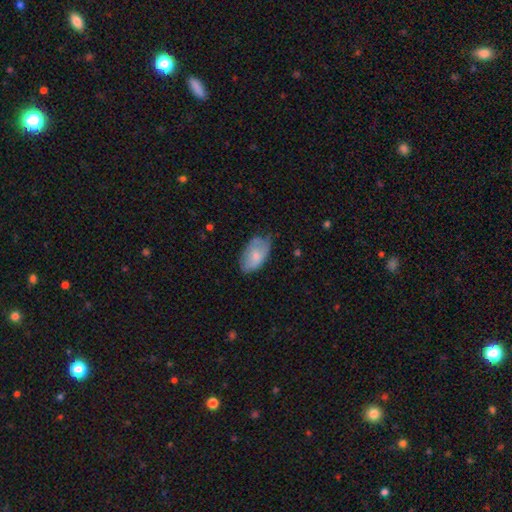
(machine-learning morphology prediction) Smooth or featured?
  - smooth: 74% *
  - featured or disk: 20%
  - star or artifact: 6%
How rounded?
  - in between: 94% *
  - round: 4%
  - cigar-shaped: 2%
Merging?
  - none: 55% *
  - minor disturbance: 35%
  - major disturbance: 8%
  - merger: 2%